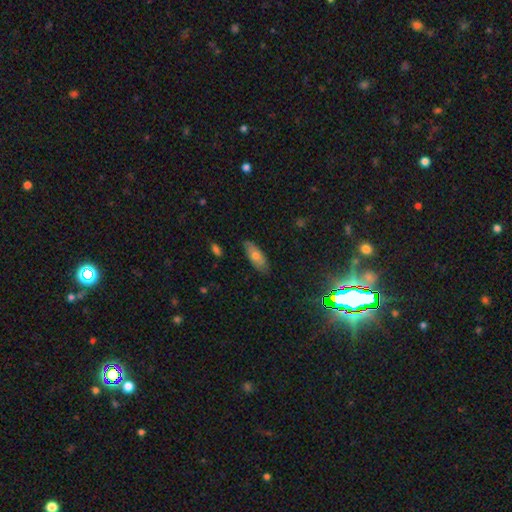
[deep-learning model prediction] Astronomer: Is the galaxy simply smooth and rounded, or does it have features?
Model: smooth — 68%.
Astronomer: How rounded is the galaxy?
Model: in between — 77%.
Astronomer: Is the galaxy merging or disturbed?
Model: none — 82%.